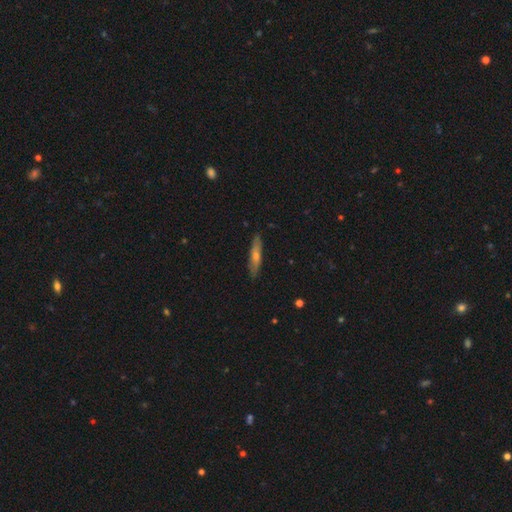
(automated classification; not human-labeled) featured or disk 48%, smooth 44%, star or artifact 7%. Down the decision tree: merging — none (86%).